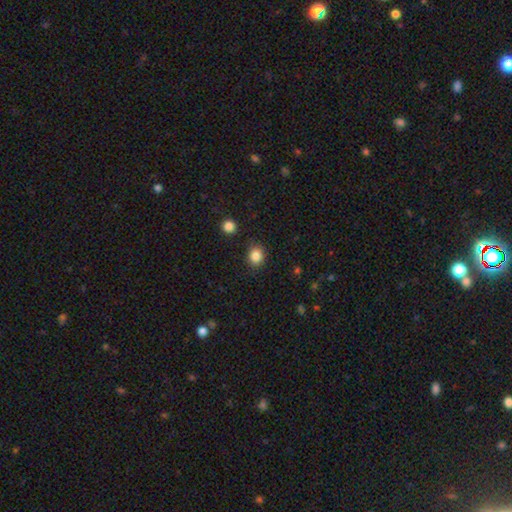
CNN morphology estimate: Smooth or featured?
  - smooth: 86% *
  - star or artifact: 10%
  - featured or disk: 4%
How rounded?
  - round: 64% *
  - in between: 35%
  - cigar-shaped: 1%
Merging?
  - none: 86% *
  - minor disturbance: 9%
  - major disturbance: 3%
  - merger: 2%